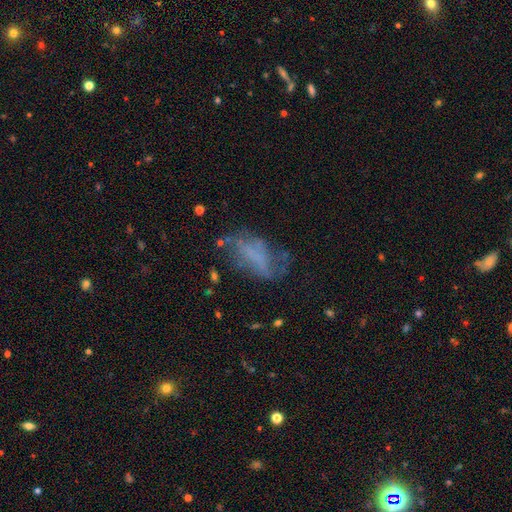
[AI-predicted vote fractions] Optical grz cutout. It shows a smooth galaxy with no disk features (44%). Merging: none (41%).